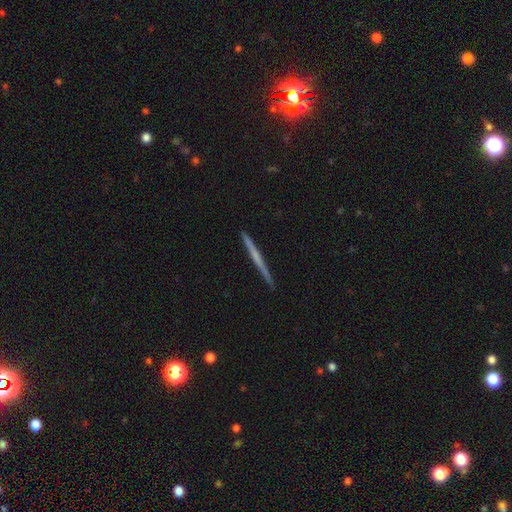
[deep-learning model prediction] A featured or disk galaxy (56%) viewed edge-on (98%) with no central bulge (83%).

Vote fractions:
- Smooth or featured? featured or disk: 56% / smooth: 39% / star or artifact: 6%
- Edge-on disk? yes: 98% / no: 2%
- Edge-on bulge? none: 83% / rounded: 12% / boxy: 5%
- Merging? none: 91% / minor disturbance: 6% / major disturbance: 1% / merger: 1%